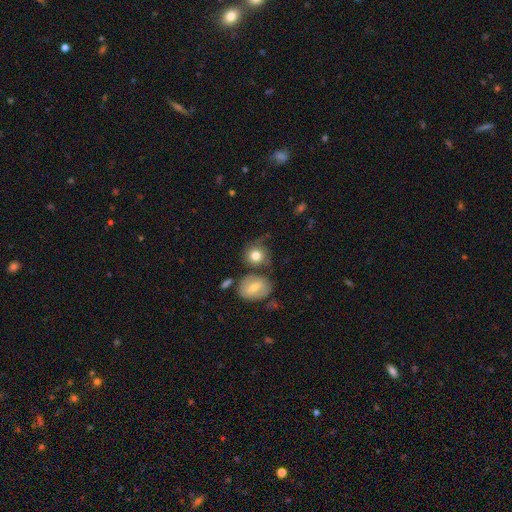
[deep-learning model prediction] Overall: smooth (76%). How rounded: round (82%). Merging: none (57%).